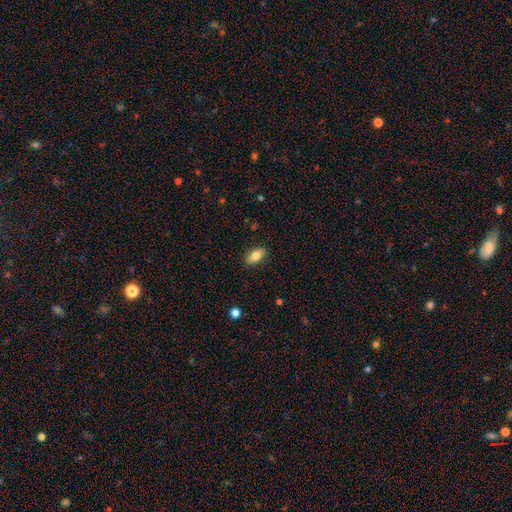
A smooth galaxy with no disk features (74%) that is in between round and cigar-shaped (90%). Merging: none (89%).